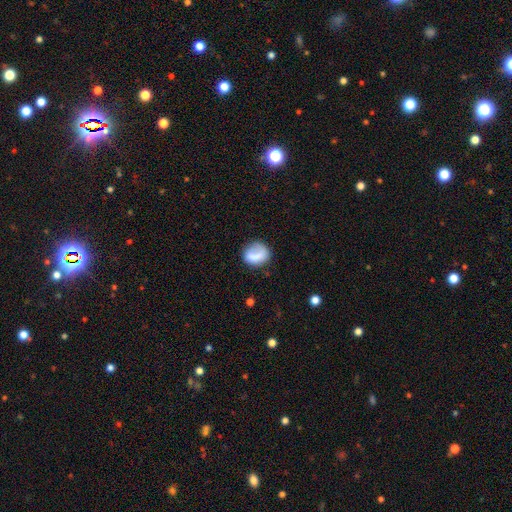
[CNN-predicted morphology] Overall: smooth (74%). How rounded: round (72%). Merging: none (63%).